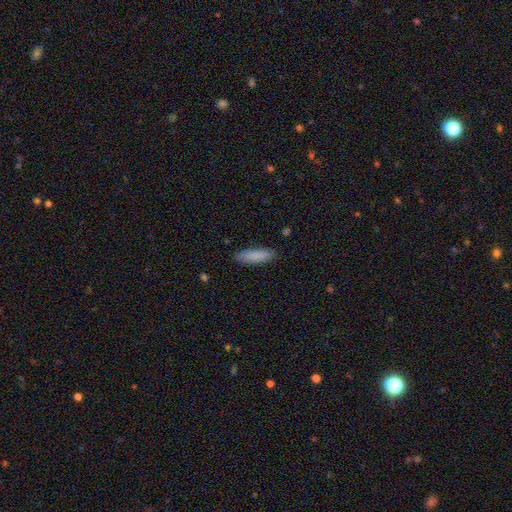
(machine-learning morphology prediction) A smooth galaxy with no disk features (86%) that is cigar-shaped (67%). Merging: none (87%).